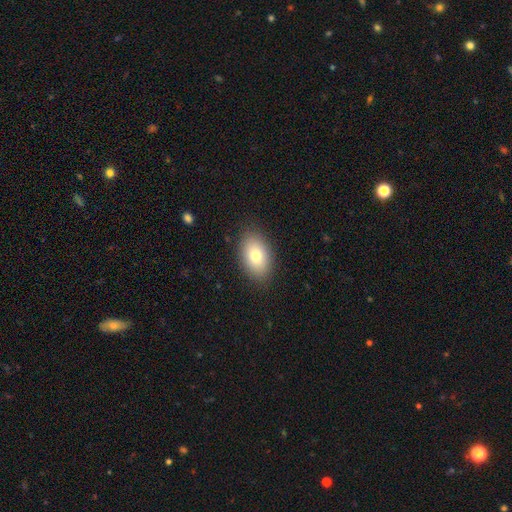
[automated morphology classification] This appears to be a smooth galaxy with no disk features (79%) that is in between round and cigar-shaped (89%). Merging: none (86%).